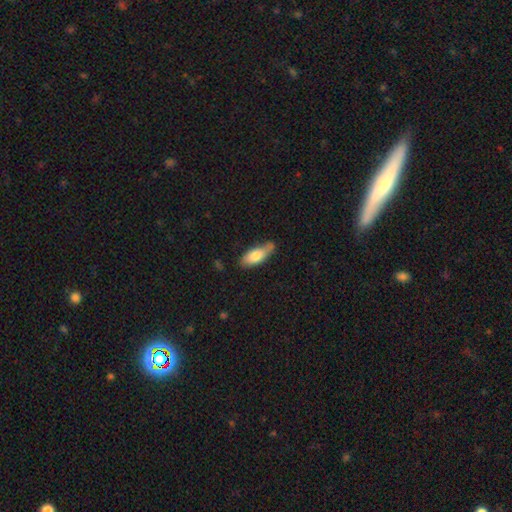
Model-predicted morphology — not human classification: smooth-or-featured: smooth: 76% | featured or disk: 18% | star or artifact: 6%
  how-rounded: in between: 69% | cigar-shaped: 29% | round: 2%
  merging: none: 60% | minor disturbance: 29% | major disturbance: 6% | merger: 4%